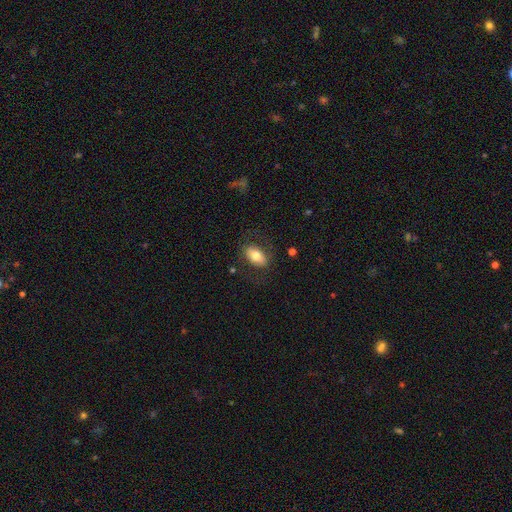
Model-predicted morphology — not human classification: Q: Smooth or featured?
A: smooth (71%); runner-up: featured or disk (22%)
Q: How rounded?
A: in between (91%); runner-up: round (7%)
Q: Merging?
A: none (77%); runner-up: minor disturbance (14%)